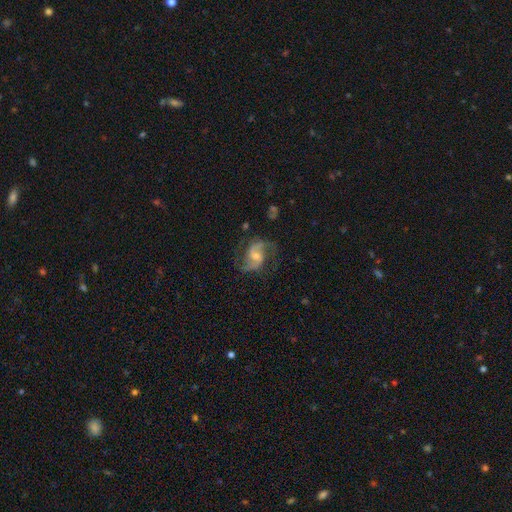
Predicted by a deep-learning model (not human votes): Smooth or featured? Predicted: featured or disk (p=0.86). Edge-on disk? Predicted: no (p=0.98). Bar? Predicted: weak (p=0.48). Spiral arms? Predicted: yes (p=0.97). Spiral winding? Predicted: medium (p=0.49). Spiral arm count? Predicted: 2 (p=0.89). Bulge size? Predicted: moderate (p=0.47). Merging? Predicted: none (p=0.71).